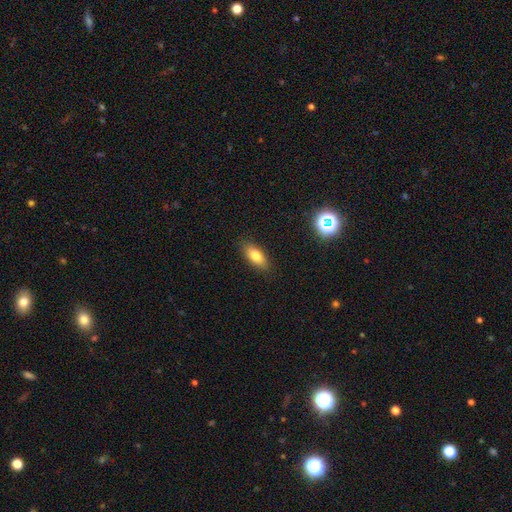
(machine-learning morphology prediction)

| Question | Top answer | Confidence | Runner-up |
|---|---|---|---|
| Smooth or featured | smooth | 77% | featured or disk (14%) |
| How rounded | in between | 81% | cigar-shaped (15%) |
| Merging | none | 87% | minor disturbance (10%) |